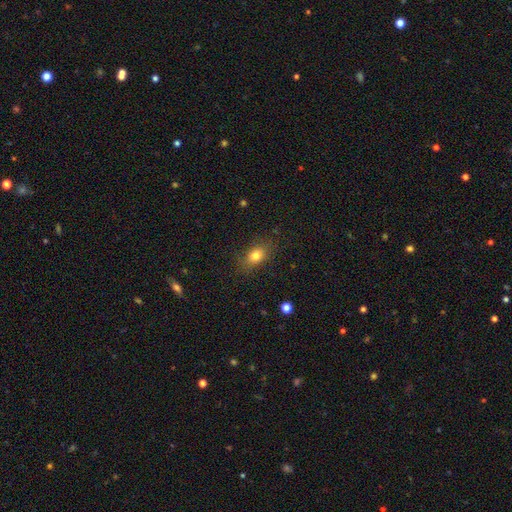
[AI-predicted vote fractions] This is likely a smooth galaxy (79%). How rounded: likely in between (73%). Merging: clearly none (80%).